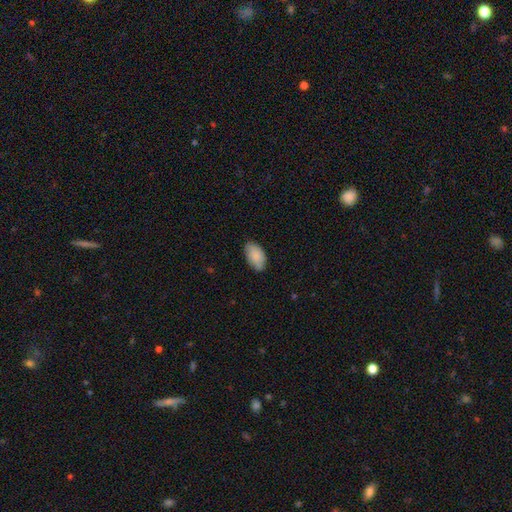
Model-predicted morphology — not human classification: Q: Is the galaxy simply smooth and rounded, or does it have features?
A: smooth — 86%.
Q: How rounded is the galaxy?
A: in between — 94%.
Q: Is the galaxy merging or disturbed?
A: none — 78%.